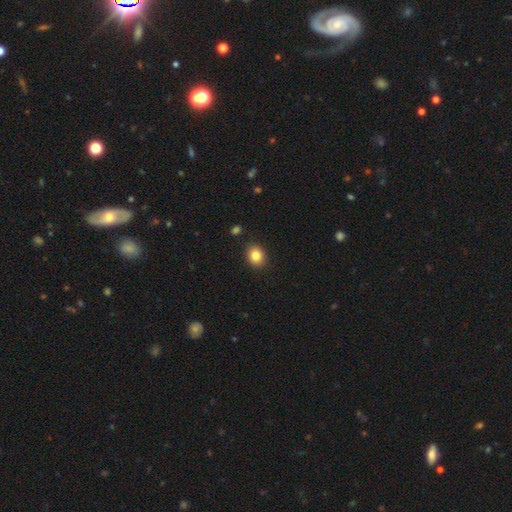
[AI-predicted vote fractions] A smooth galaxy with no disk features (83%) that is round (64%). Merging: none (89%).